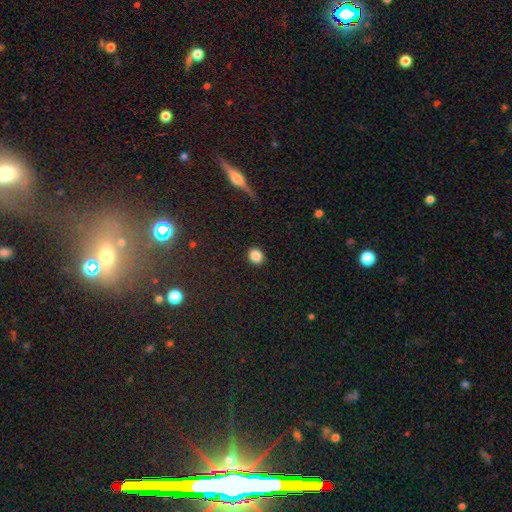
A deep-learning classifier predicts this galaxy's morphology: smooth-or-featured: smooth: 86% | star or artifact: 10% | featured or disk: 4%
  how-rounded: round: 78% | in between: 21% | cigar-shaped: 1%
  merging: none: 91% | minor disturbance: 5% | major disturbance: 2% | merger: 1%